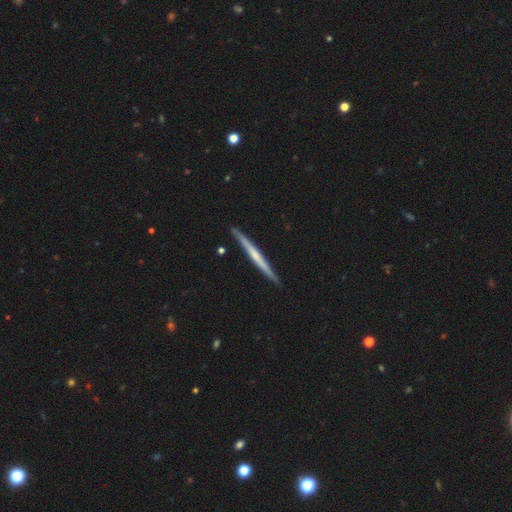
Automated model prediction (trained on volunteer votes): smooth_or_featured: featured or disk (p=0.65) [alt: smooth p=0.30]
disk_edge_on: yes (p=0.98) [alt: no p=0.02]
edge_on_bulge: none (p=0.57) [alt: rounded p=0.35]
merging: none (p=0.90) [alt: minor disturbance p=0.07]